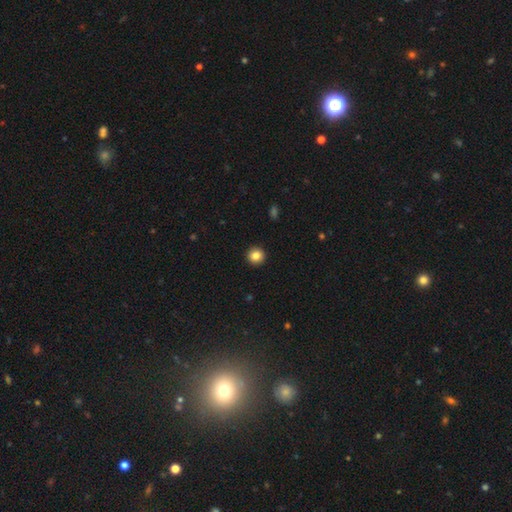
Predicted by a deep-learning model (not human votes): smooth-or-featured: smooth: 85% | star or artifact: 10% | featured or disk: 5%
  how-rounded: round: 95% | in between: 4% | cigar-shaped: 1%
  merging: none: 93% | minor disturbance: 4% | major disturbance: 1% | merger: 1%